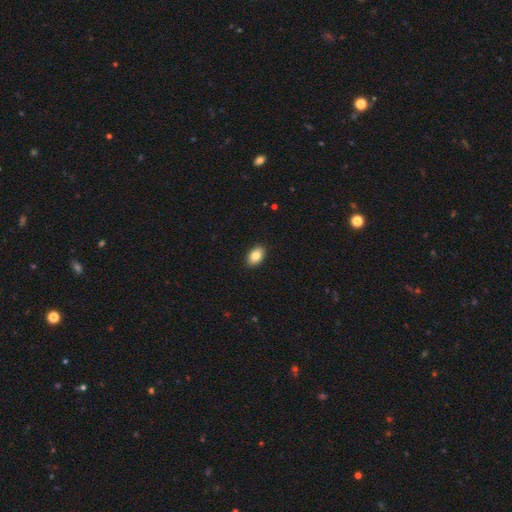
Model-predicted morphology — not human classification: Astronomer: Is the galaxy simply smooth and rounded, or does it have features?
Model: smooth — 83%.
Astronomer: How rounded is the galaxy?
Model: in between — 89%.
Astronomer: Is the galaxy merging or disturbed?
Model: none — 91%.